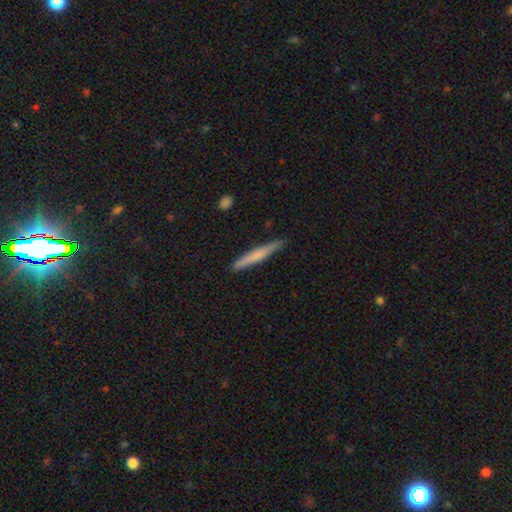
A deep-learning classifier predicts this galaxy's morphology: type=smooth (61%); roundness=cigar-shaped (96%); merging=none (89%).